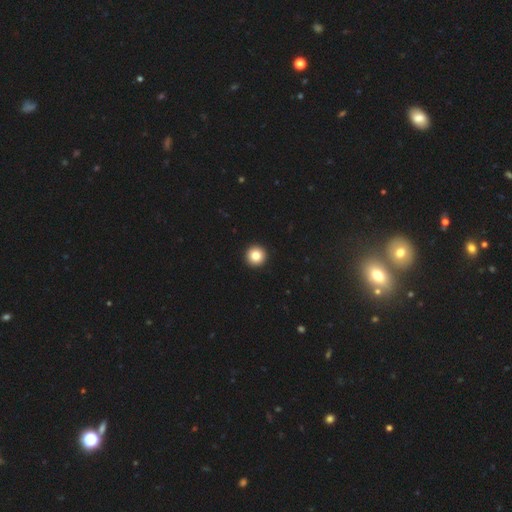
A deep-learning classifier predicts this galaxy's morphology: Smooth or featured? smooth (83%)
How rounded? round (97%)
Merging? none (95%)